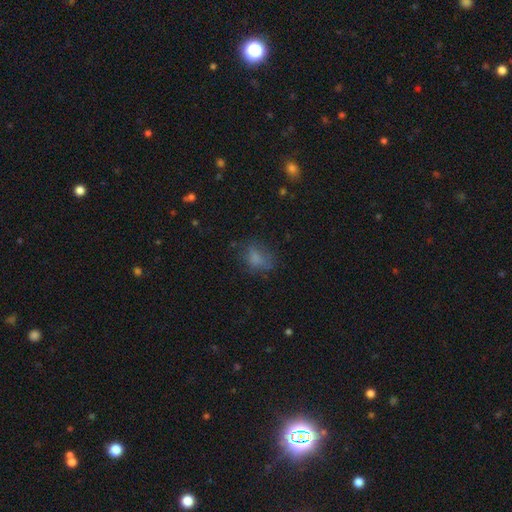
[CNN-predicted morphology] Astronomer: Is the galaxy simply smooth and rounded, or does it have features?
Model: smooth — 69%.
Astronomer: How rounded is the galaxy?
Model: in between — 65%.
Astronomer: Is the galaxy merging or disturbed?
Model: none — 62%.